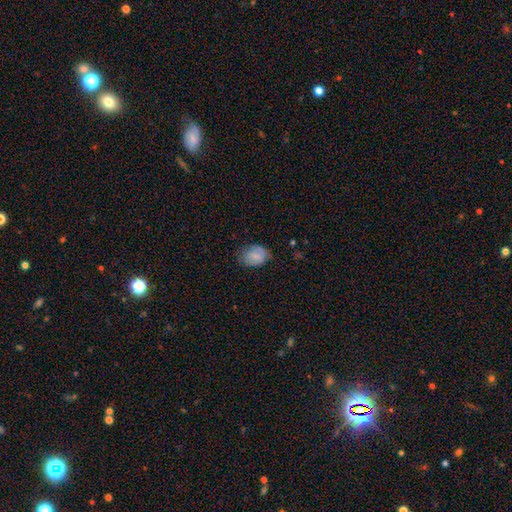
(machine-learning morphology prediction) Smooth or featured: smooth — 77% (featured or disk — 15%)
How rounded: in between — 69% (round — 30%)
Merging: none — 62% (minor disturbance — 29%)